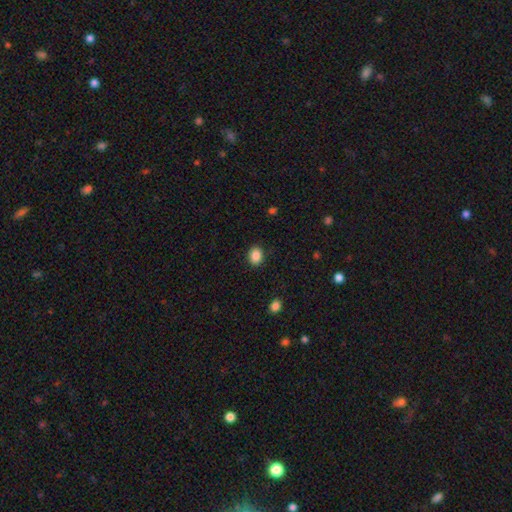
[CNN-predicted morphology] Smooth or featured? smooth (87%)
How rounded? round (51%)
Merging? none (89%)